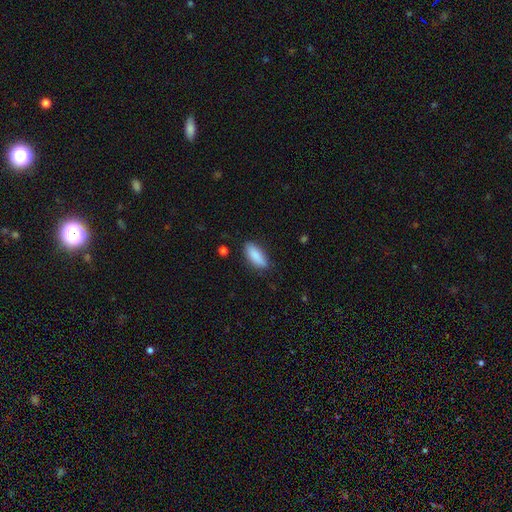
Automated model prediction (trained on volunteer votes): smooth-or-featured: smooth: 88% | star or artifact: 6% | featured or disk: 6%
  how-rounded: in between: 76% | cigar-shaped: 22% | round: 2%
  merging: none: 82% | minor disturbance: 14% | major disturbance: 3% | merger: 2%